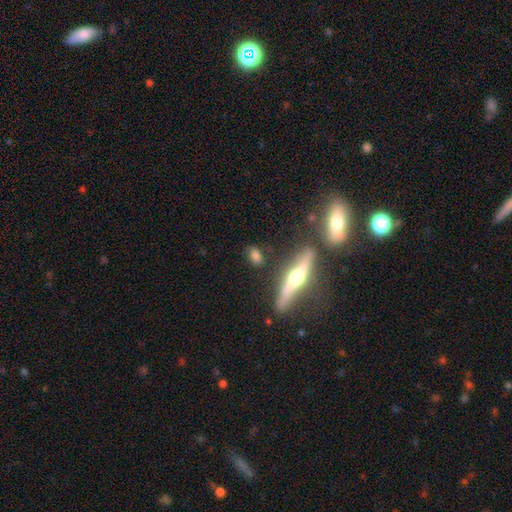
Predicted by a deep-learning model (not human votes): A smooth galaxy with no disk features (65%) that is in between round and cigar-shaped (62%). Merging: none (77%).